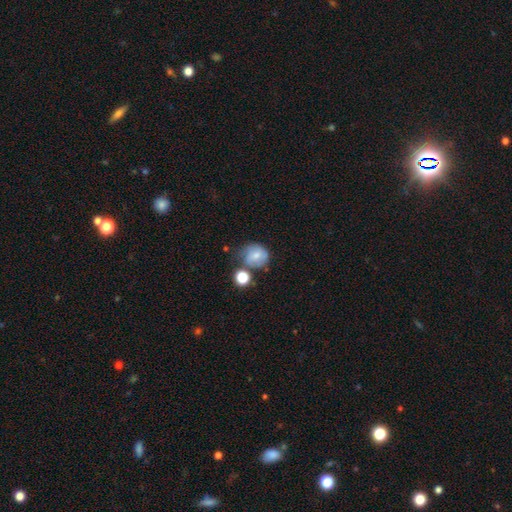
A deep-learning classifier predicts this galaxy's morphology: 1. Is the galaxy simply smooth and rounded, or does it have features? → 64% smooth, 25% featured or disk, 11% star or artifact.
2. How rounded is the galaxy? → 77% round, 22% in between, 1% cigar-shaped.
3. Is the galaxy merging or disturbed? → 48% none, 25% minor disturbance, 17% merger, 10% major disturbance.